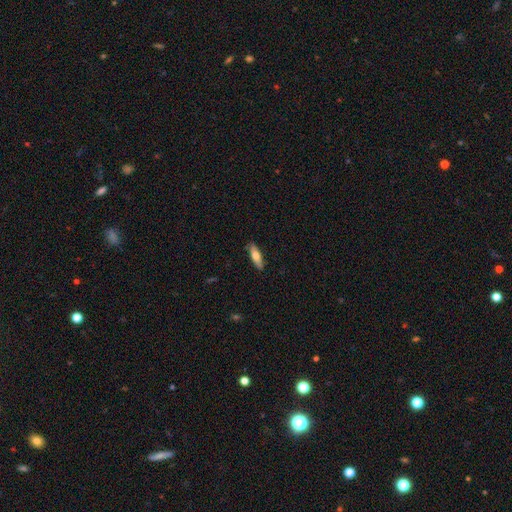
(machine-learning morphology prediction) A smooth galaxy with no disk features (64%) that is cigar-shaped (55%). Merging: none (87%).